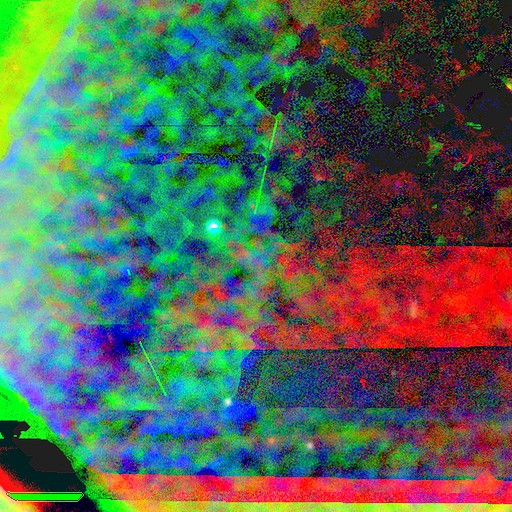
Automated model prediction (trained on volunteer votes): Smooth or featured? star or artifact (86%)